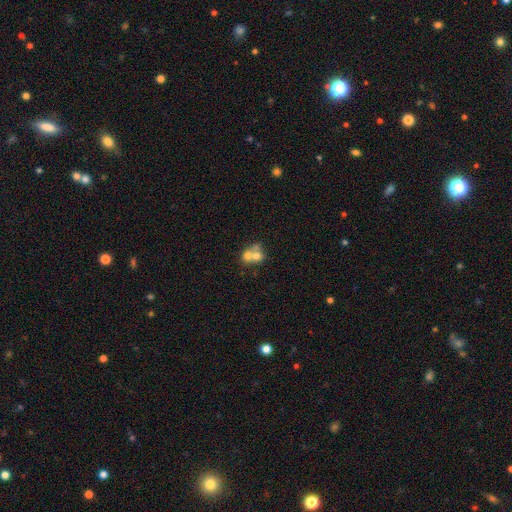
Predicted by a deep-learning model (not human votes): Smooth or featured? smooth (61%)
How rounded? round (67%)
Merging? merger (69%)